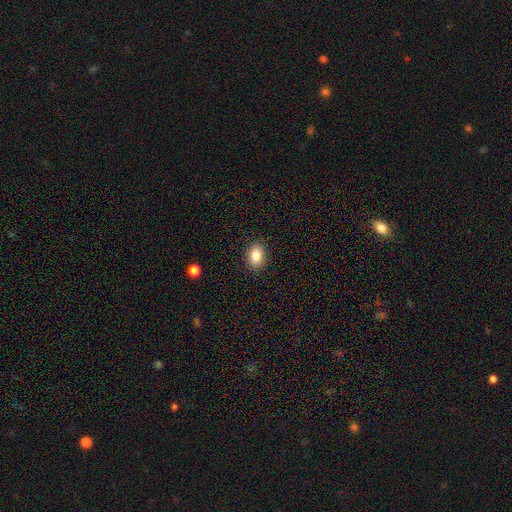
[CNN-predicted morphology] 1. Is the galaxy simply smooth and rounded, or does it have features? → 85% smooth, 9% star or artifact, 7% featured or disk.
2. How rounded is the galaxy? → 78% in between, 21% round, 1% cigar-shaped.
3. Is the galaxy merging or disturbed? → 89% none, 8% minor disturbance, 2% major disturbance, 1% merger.